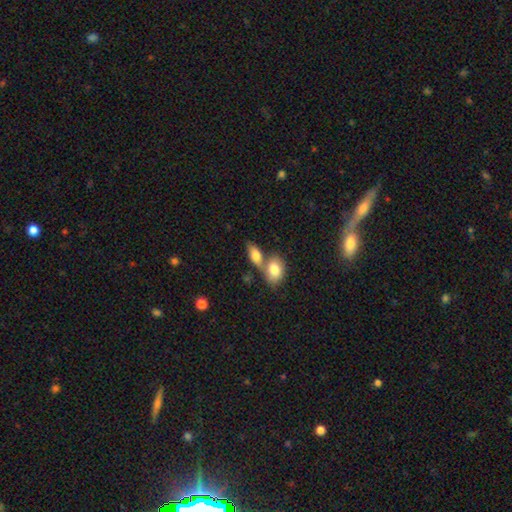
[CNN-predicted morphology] smooth 78%, featured or disk 15%, star or artifact 7%. Down the decision tree: how rounded — in between (87%); merging — merger (54%).